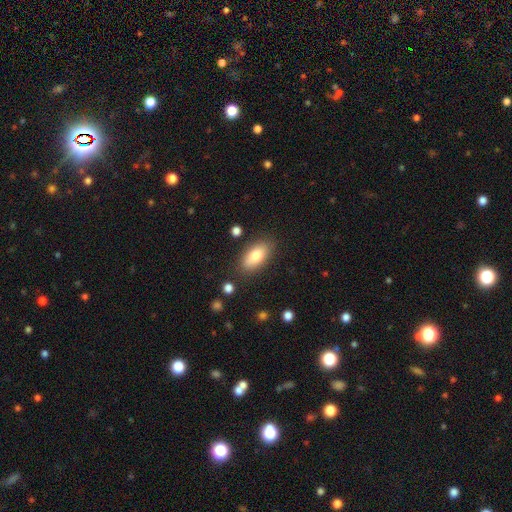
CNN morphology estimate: Smooth or featured: smooth — 79% (featured or disk — 14%)
How rounded: in between — 89% (cigar-shaped — 7%)
Merging: none — 84% (minor disturbance — 11%)